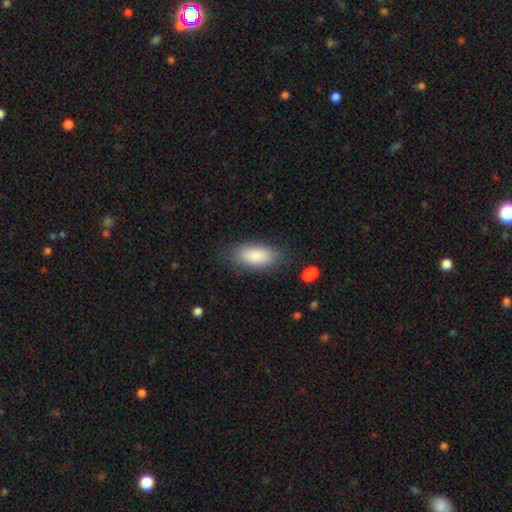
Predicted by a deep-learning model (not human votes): Smooth or featured? Predicted: smooth (p=0.85). How rounded? Predicted: in between (p=0.89). Merging? Predicted: none (p=0.81).